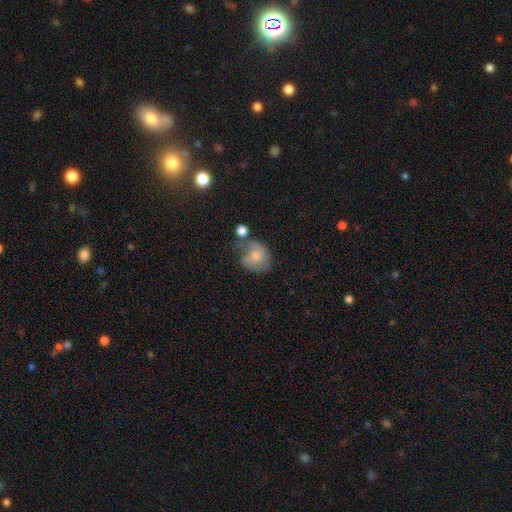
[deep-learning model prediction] Smooth or featured?
  - smooth: 53% *
  - featured or disk: 39%
  - star or artifact: 8%
How rounded?
  - round: 63% *
  - in between: 36%
  - cigar-shaped: 1%
Merging?
  - none: 34% *
  - minor disturbance: 28%
  - major disturbance: 22%
  - merger: 16%